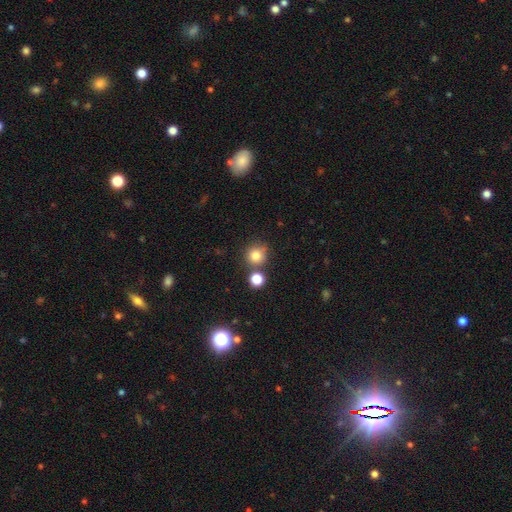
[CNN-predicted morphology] smooth 80%, star or artifact 13%, featured or disk 7%. Down the decision tree: how rounded — round (91%); merging — none (72%).